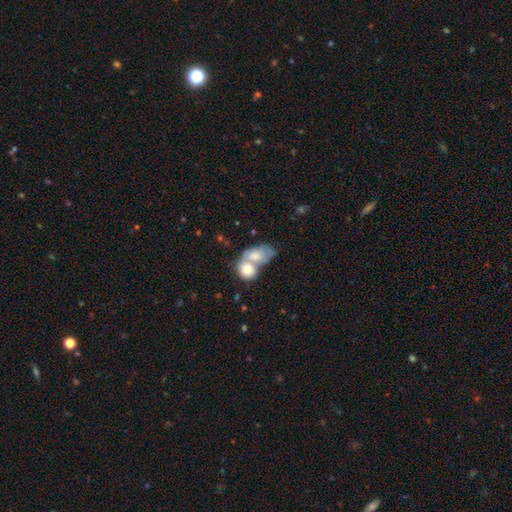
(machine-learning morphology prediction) smooth-or-featured: smooth: 69% | featured or disk: 24% | star or artifact: 7%
  how-rounded: in between: 77% | round: 21% | cigar-shaped: 2%
  merging: merger: 75% | none: 13% | minor disturbance: 7% | major disturbance: 6%